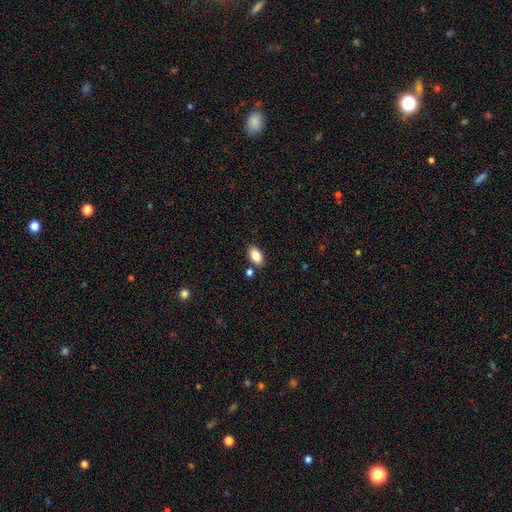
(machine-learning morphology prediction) Smooth or featured?
  - smooth: 87% *
  - star or artifact: 8%
  - featured or disk: 6%
How rounded?
  - in between: 92% *
  - round: 6%
  - cigar-shaped: 2%
Merging?
  - none: 81% *
  - minor disturbance: 10%
  - merger: 6%
  - major disturbance: 2%